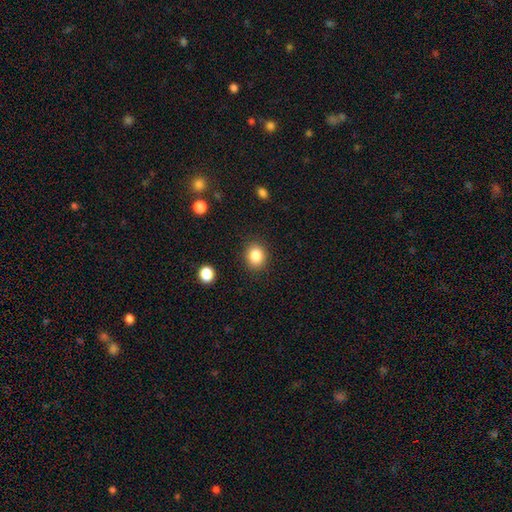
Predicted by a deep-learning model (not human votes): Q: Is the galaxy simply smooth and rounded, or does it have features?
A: smooth — 85%.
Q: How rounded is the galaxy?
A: round — 67%.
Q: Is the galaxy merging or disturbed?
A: none — 88%.